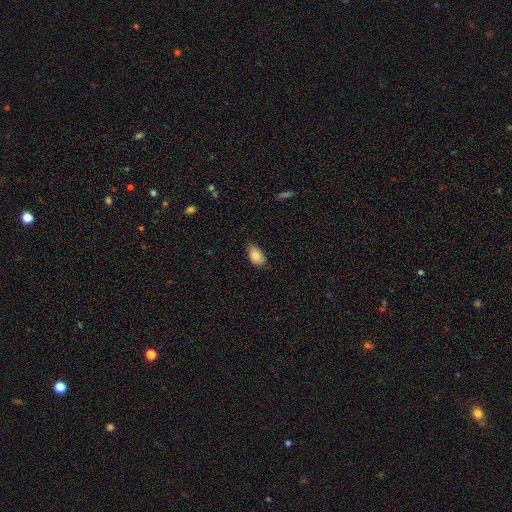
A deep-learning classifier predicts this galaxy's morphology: A smooth galaxy with no disk features (85%) that is in between round and cigar-shaped (91%).

Vote fractions:
- Smooth or featured? smooth: 85% / featured or disk: 8% / star or artifact: 7%
- How rounded? in between: 91% / round: 7% / cigar-shaped: 1%
- Merging? none: 72% / minor disturbance: 23% / major disturbance: 3% / merger: 1%